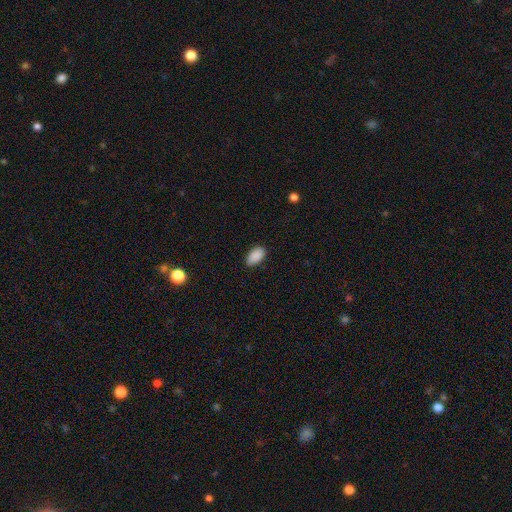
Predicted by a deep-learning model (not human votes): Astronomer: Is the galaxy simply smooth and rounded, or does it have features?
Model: smooth — 90%.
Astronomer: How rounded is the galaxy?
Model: in between — 94%.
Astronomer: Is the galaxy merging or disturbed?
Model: none — 85%.